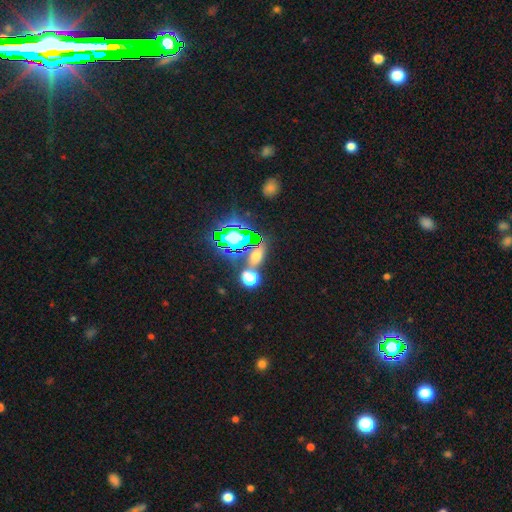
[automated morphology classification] The model was most divided on "smooth or featured" (2-way tie): smooth: 44%, star or artifact: 44%, featured or disk: 12%. More confident: merging — none (68%).